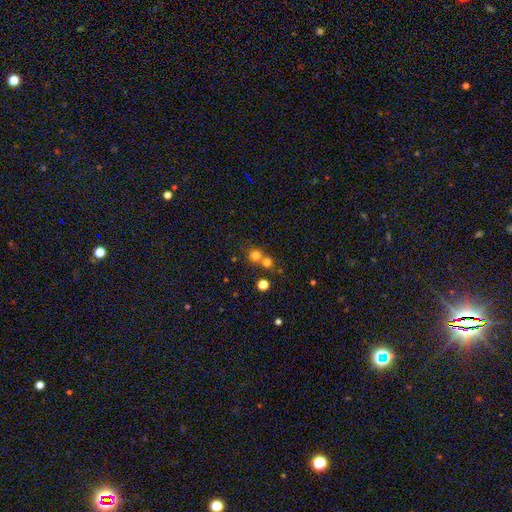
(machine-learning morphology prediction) This appears to be a smooth galaxy with no disk features (73%) that is round (87%). Merging: none (49%).